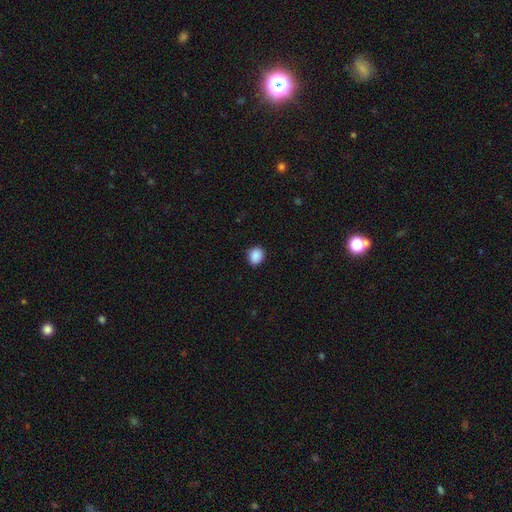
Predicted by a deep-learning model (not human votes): This appears to be a smooth galaxy with no disk features (89%) that is round (60%). Merging: none (86%).